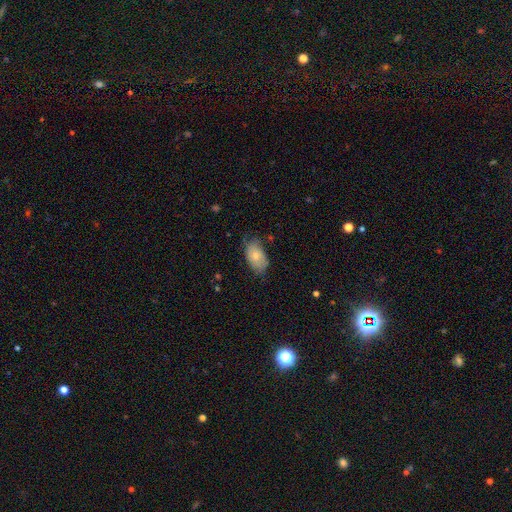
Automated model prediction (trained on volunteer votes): A smooth galaxy with no disk features (72%) that is in between round and cigar-shaped (92%).

Vote fractions:
- Smooth or featured? smooth: 72% / featured or disk: 22% / star or artifact: 6%
- How rounded? in between: 92% / round: 6% / cigar-shaped: 2%
- Merging? none: 61% / minor disturbance: 30% / major disturbance: 7% / merger: 2%